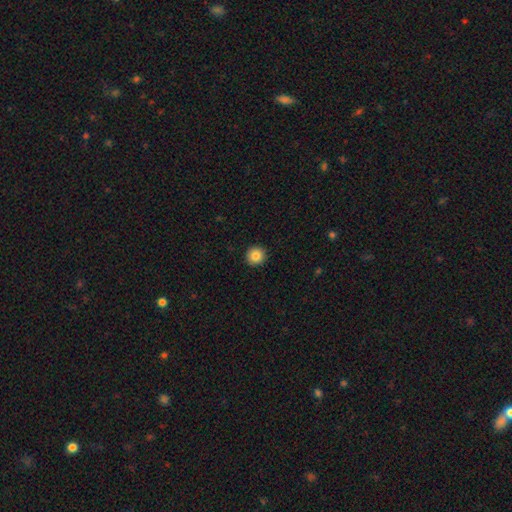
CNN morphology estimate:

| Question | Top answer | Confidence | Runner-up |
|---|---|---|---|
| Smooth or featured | smooth | 85% | star or artifact (9%) |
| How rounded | round | 95% | in between (4%) |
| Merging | none | 93% | minor disturbance (4%) |